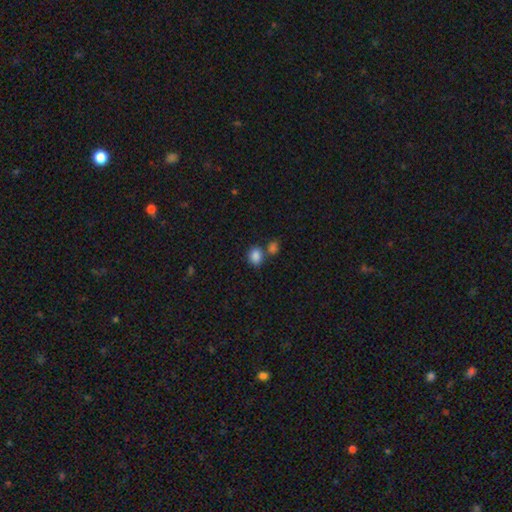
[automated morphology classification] Smooth or featured? smooth (86%)
How rounded? in between (59%)
Merging? none (55%)